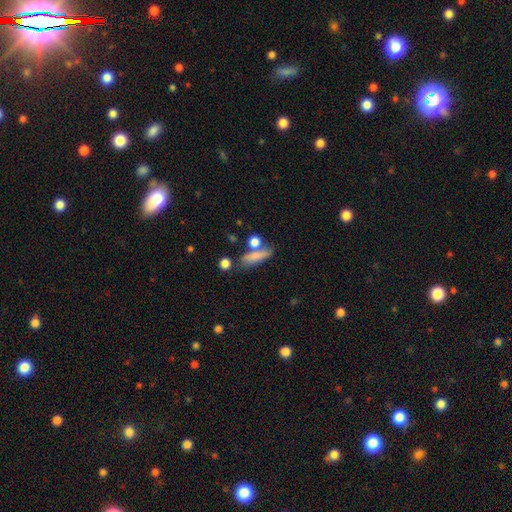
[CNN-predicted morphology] Smooth or featured?
  - smooth: 75% *
  - featured or disk: 16%
  - star or artifact: 9%
How rounded?
  - cigar-shaped: 50% *
  - in between: 41%
  - round: 9%
Merging?
  - none: 57% *
  - minor disturbance: 18%
  - merger: 18%
  - major disturbance: 8%